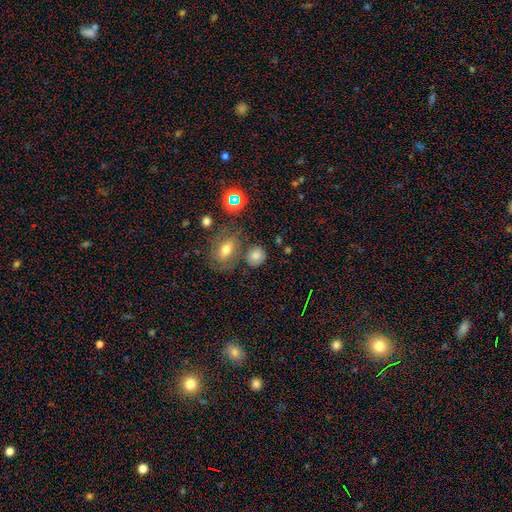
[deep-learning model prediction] smooth 75%, star or artifact 15%, featured or disk 10%. Down the decision tree: how rounded — round (74%); merging — none (70%).